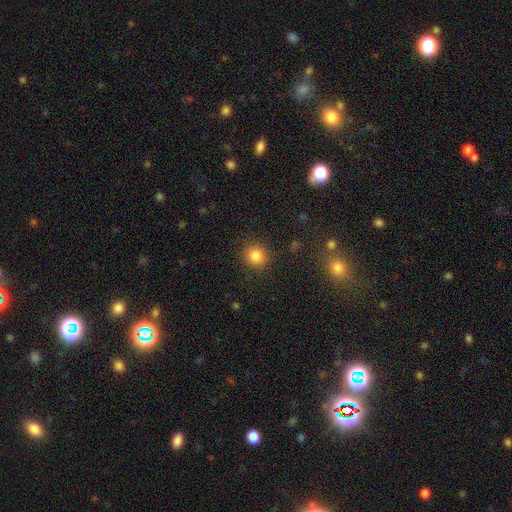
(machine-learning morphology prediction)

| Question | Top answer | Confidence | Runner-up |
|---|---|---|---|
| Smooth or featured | smooth | 84% | star or artifact (11%) |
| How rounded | round | 88% | in between (11%) |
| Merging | none | 89% | minor disturbance (7%) |